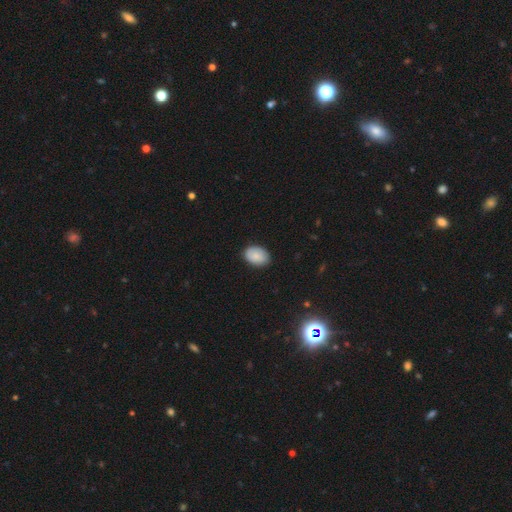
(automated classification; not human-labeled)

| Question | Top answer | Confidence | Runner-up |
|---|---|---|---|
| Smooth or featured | smooth | 82% | featured or disk (11%) |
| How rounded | in between | 80% | round (19%) |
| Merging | none | 84% | minor disturbance (12%) |